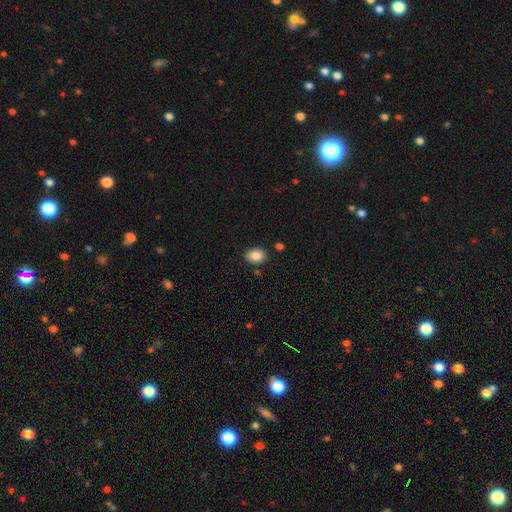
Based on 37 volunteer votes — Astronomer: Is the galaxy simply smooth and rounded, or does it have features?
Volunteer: smooth — 92%.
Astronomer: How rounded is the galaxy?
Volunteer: in between — 68%.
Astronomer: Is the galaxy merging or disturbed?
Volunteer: none — 92%.